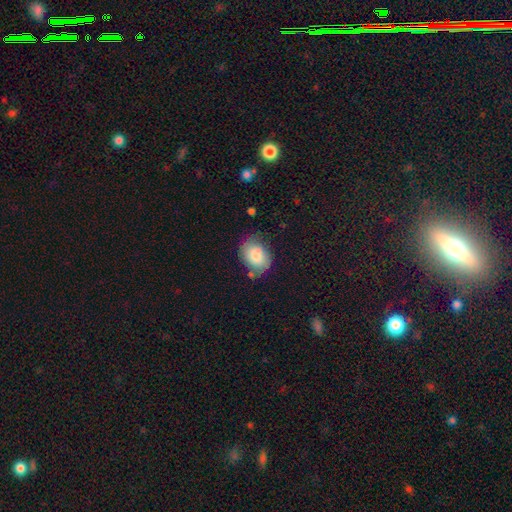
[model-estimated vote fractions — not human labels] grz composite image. It shows a smooth galaxy with no disk features (77%) that is in between round and cigar-shaped (68%). Merging: none (63%).